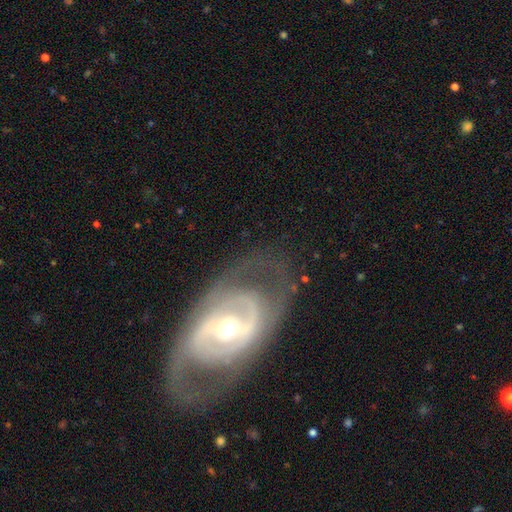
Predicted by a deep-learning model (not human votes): This appears to be a featured or disk galaxy (84%) with a weak bar (38%), 2 (70%) medium (42%) spiral arms (85%) and a moderate central bulge (55%). Merging: none (72%).